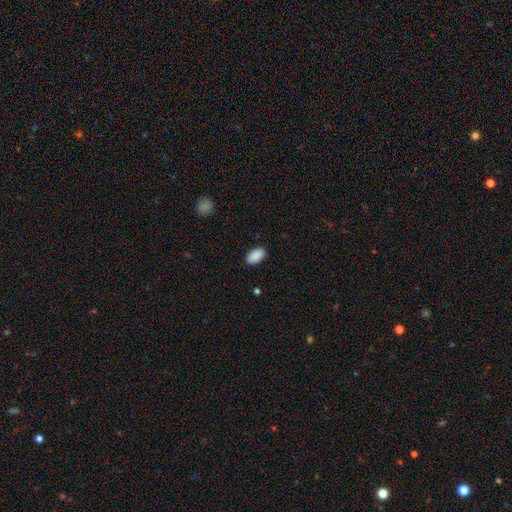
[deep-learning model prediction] This is clearly a smooth galaxy (89%). How rounded: clearly in between (95%). Merging: clearly none (87%).